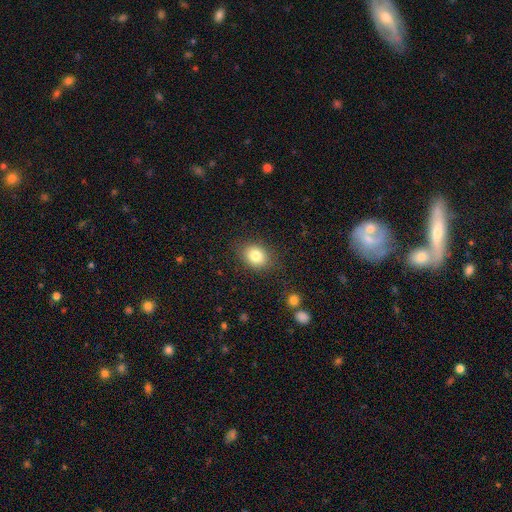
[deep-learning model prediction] This is clearly a smooth galaxy (81%). How rounded: possibly in between (53%). Merging: clearly none (85%).